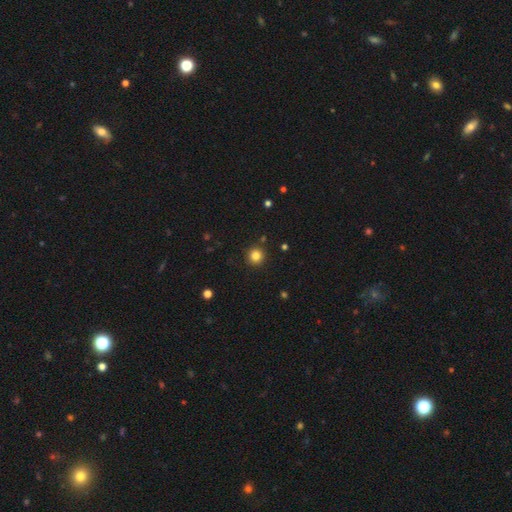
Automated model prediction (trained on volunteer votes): This appears to be a smooth galaxy with no disk features (83%) that is round (95%). Merging: none (91%).